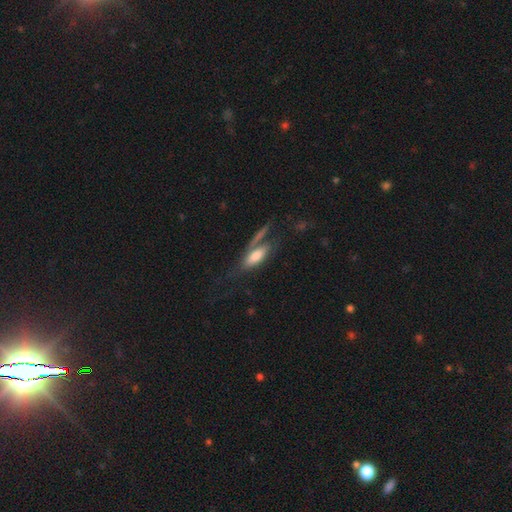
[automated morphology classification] Smooth or featured? Predicted: smooth (p=0.65). How rounded? Predicted: in between (p=0.63). Merging? Predicted: none (p=0.47).